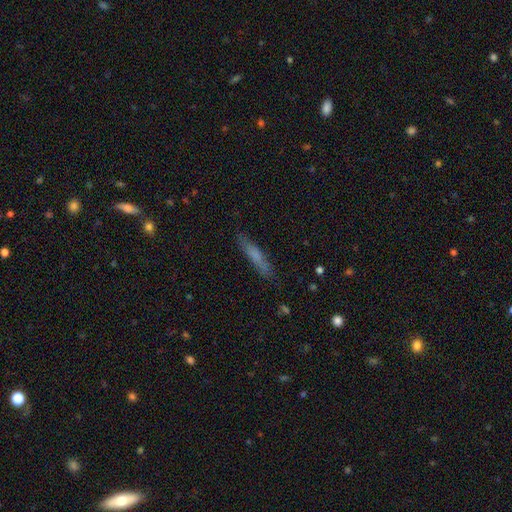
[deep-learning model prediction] smooth-or-featured: smooth: 65% | featured or disk: 27% | star or artifact: 7%
  how-rounded: cigar-shaped: 91% | in between: 8% | round: 2%
  merging: none: 84% | minor disturbance: 12% | major disturbance: 3% | merger: 2%